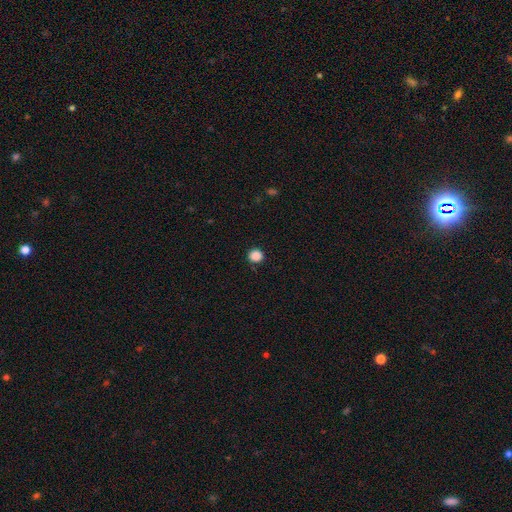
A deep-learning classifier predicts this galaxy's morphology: A smooth galaxy with no disk features (87%) that is round (90%).

Vote fractions:
- Smooth or featured? smooth: 87% / star or artifact: 10% / featured or disk: 2%
- How rounded? round: 90% / in between: 9% / cigar-shaped: 1%
- Merging? none: 89% / minor disturbance: 7% / major disturbance: 2% / merger: 1%